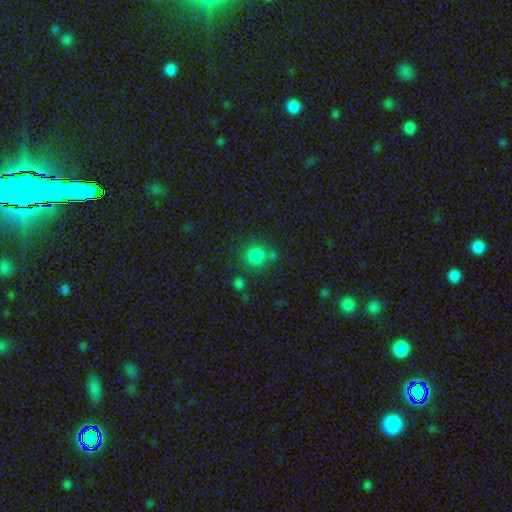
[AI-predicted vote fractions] Morphology: type=smooth (82%); roundness=round (91%); merging=none (71%).